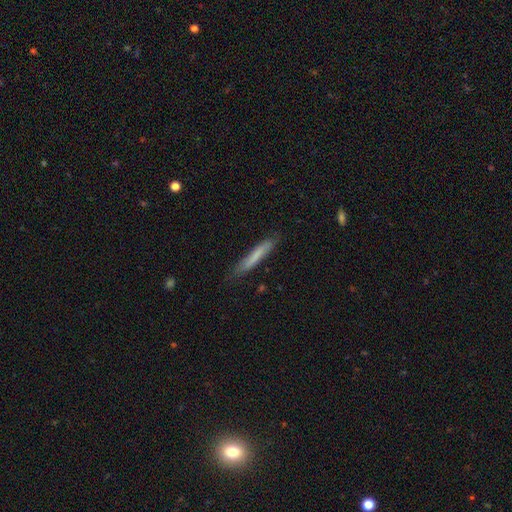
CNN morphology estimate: A smooth galaxy with no disk features (72%) that is cigar-shaped (94%).

Vote fractions:
- Smooth or featured? smooth: 72% / featured or disk: 22% / star or artifact: 6%
- How rounded? cigar-shaped: 94% / in between: 4% / round: 1%
- Merging? none: 79% / minor disturbance: 17% / major disturbance: 3% / merger: 2%